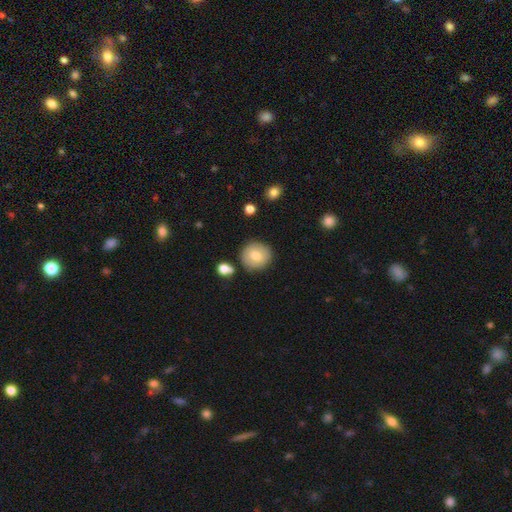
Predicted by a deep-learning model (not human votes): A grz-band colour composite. It shows a smooth galaxy with no disk features (76%) that is round (91%). Merging: none (84%).